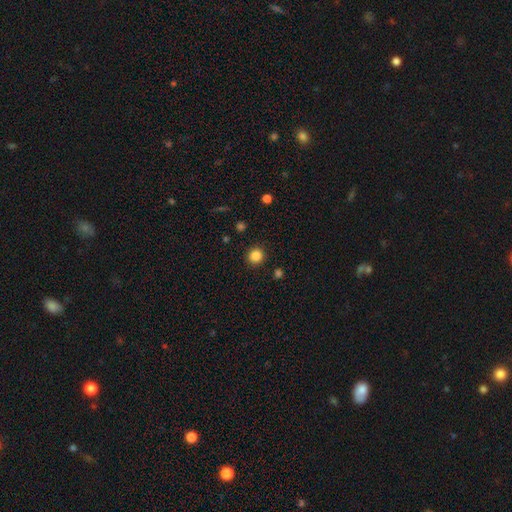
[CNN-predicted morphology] smooth 85%, star or artifact 12%, featured or disk 4%. Down the decision tree: how rounded — round (93%); merging — none (91%).